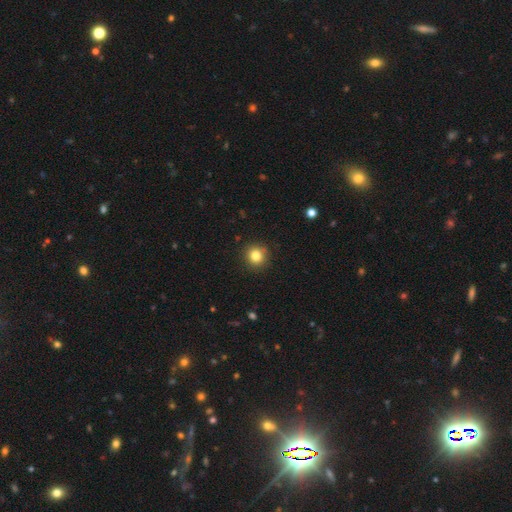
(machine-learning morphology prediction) type=smooth (83%); roundness=round (93%); merging=none (91%).